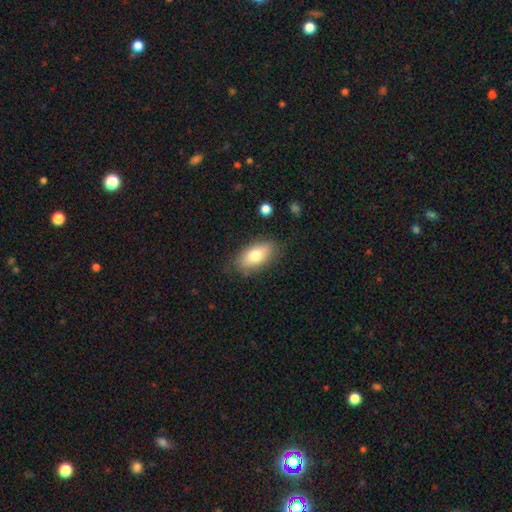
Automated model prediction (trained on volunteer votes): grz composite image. It shows a smooth galaxy with no disk features (75%) that is in between round and cigar-shaped (88%). Merging: none (79%).